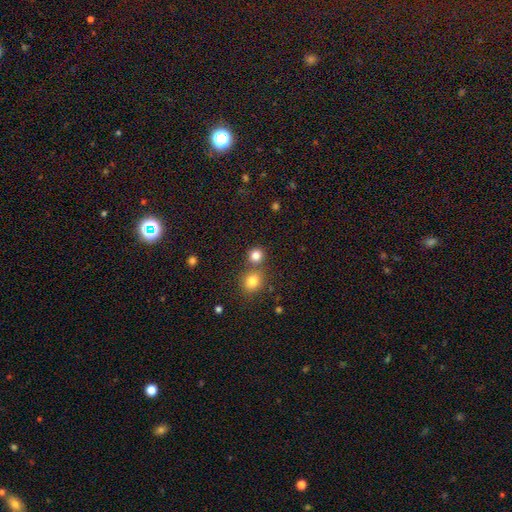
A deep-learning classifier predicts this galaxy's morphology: The model was most divided on "merging": none: 64%, merger: 27%, minor disturbance: 7%, major disturbance: 3%. More confident: how rounded — round (88%); smooth or featured — smooth (82%).